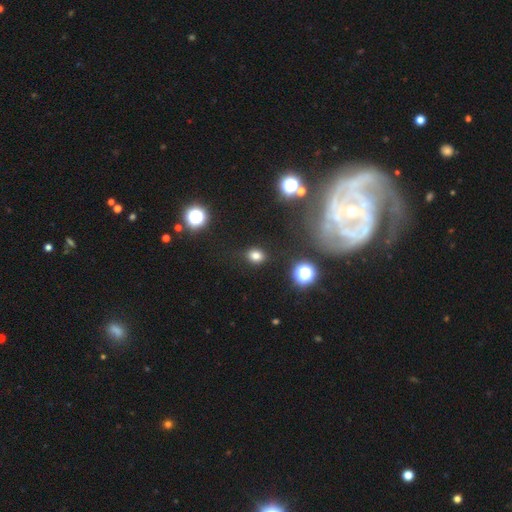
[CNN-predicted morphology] smooth-or-featured: smooth: 77% | star or artifact: 17% | featured or disk: 6%
  how-rounded: in between: 54% | round: 45% | cigar-shaped: 1%
  merging: none: 84% | minor disturbance: 11% | major disturbance: 3% | merger: 2%